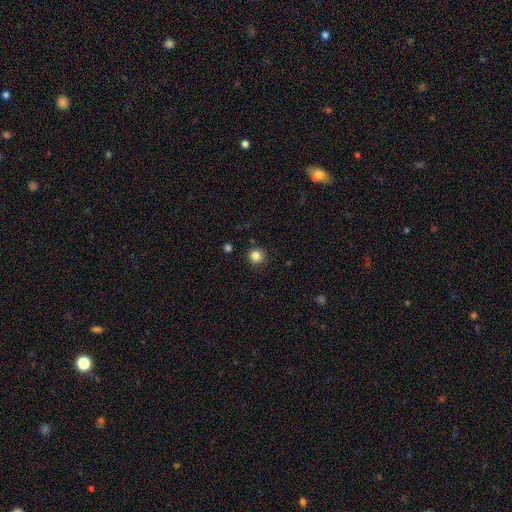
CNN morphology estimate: smooth 83%, star or artifact 12%, featured or disk 5%. Down the decision tree: how rounded — round (94%); merging — none (90%).